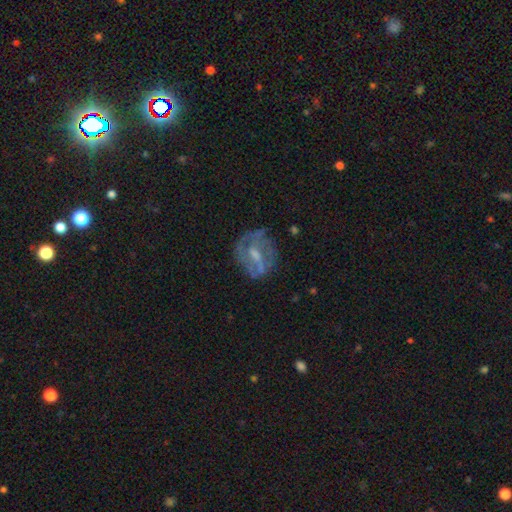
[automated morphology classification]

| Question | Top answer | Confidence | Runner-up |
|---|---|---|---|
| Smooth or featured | featured or disk | 68% | smooth (23%) |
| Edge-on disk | no | 95% | yes (5%) |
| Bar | weak | 46% | no (30%) |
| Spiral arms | yes | 59% | no (41%) |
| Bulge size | moderate | 43% | small (36%) |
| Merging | none | 61% | minor disturbance (21%) |